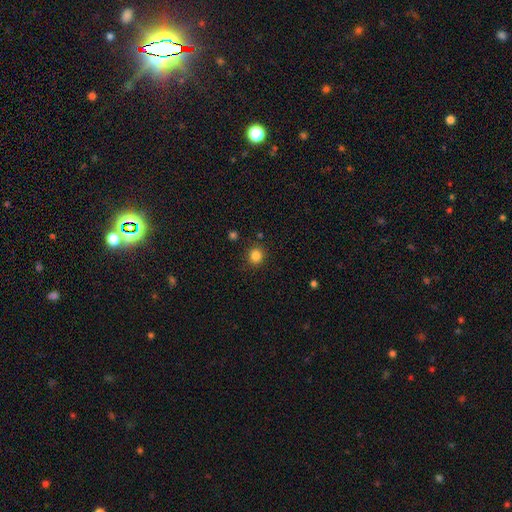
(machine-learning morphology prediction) Overall: smooth (84%). How rounded: round (90%). Merging: none (88%).